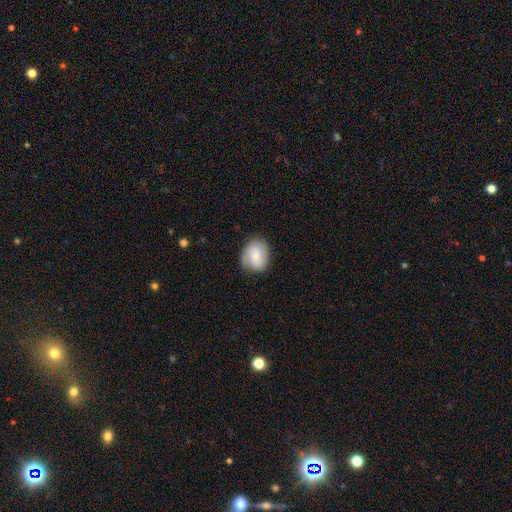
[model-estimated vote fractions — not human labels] smooth 53%, featured or disk 40%, star or artifact 7%. Down the decision tree: how rounded — round (55%); merging — none (75%).